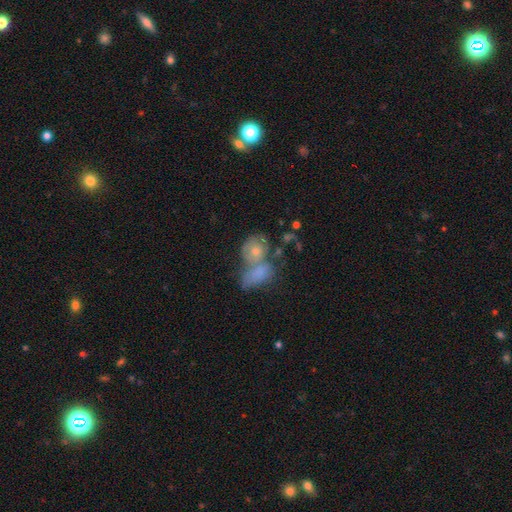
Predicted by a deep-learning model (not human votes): Overall: smooth (43%; featured or disk 39%). Merging: merger (49%; none 32%).